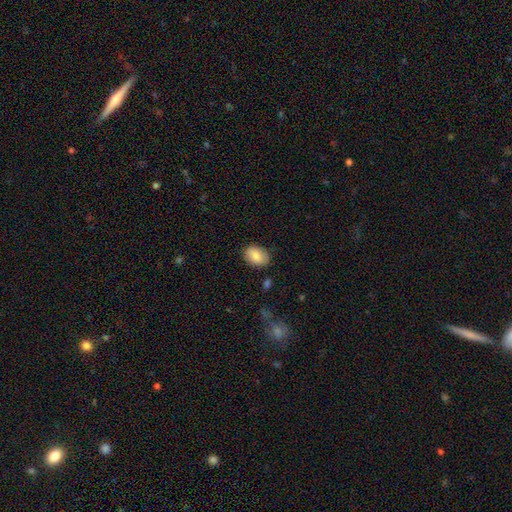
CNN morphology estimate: Overall: smooth (85%). How rounded: in between (80%). Merging: none (83%).